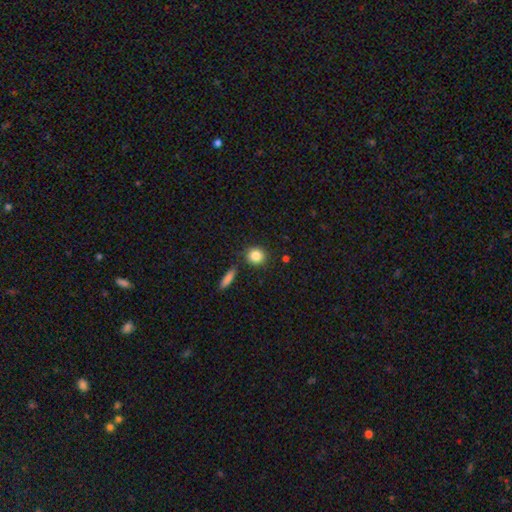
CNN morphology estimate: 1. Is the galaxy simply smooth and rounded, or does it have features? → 85% smooth, 9% star or artifact, 7% featured or disk.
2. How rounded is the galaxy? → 84% round, 14% in between, 2% cigar-shaped.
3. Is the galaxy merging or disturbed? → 84% none, 9% minor disturbance, 5% merger, 3% major disturbance.